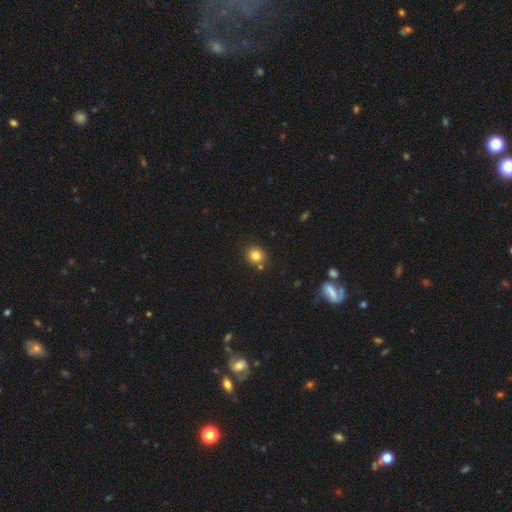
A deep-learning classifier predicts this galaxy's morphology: smooth 81%, star or artifact 12%, featured or disk 7%. Down the decision tree: how rounded — round (86%); merging — none (79%).